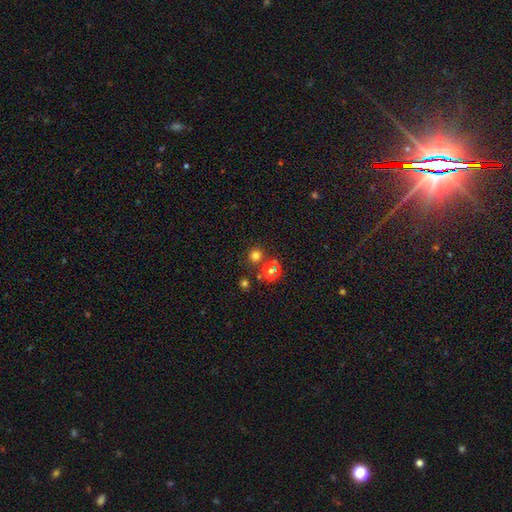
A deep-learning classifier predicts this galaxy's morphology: This appears to be a smooth galaxy with no disk features (73%) that is round (92%). Merging: none (80%).